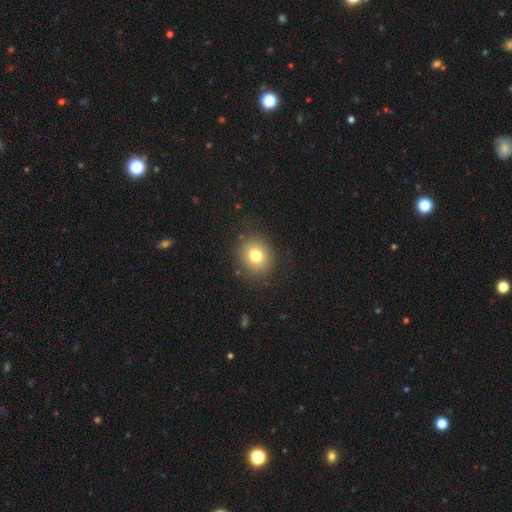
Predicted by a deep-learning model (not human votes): smooth 75%, star or artifact 13%, featured or disk 11%. Down the decision tree: how rounded — round (83%); merging — none (86%).